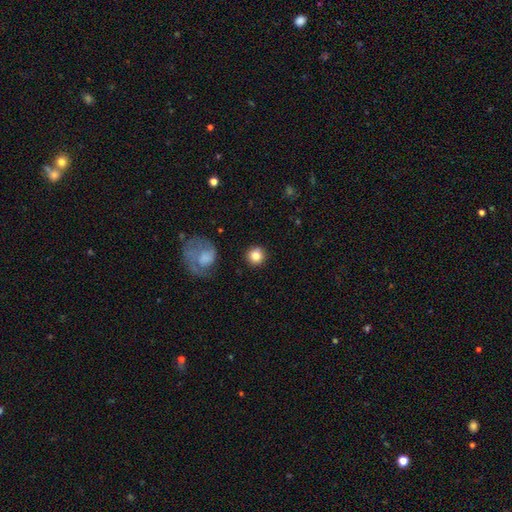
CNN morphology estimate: Smooth or featured: smooth — 82% (star or artifact — 9%)
How rounded: round — 94% (in between — 5%)
Merging: none — 89% (minor disturbance — 6%)